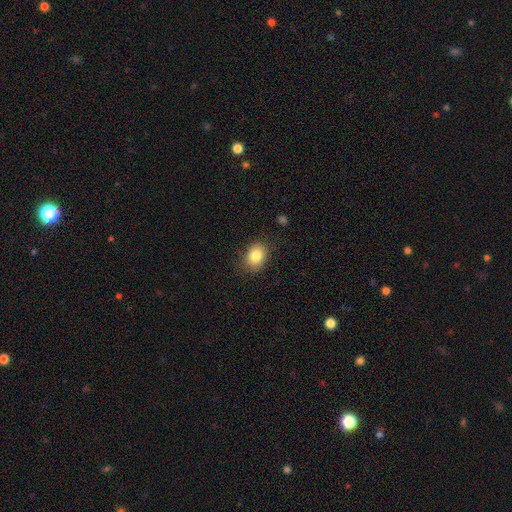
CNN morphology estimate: The model was most divided on "how rounded": in between: 55%, round: 45%, cigar-shaped: 1%. More confident: smooth or featured — smooth (83%); merging — none (81%).